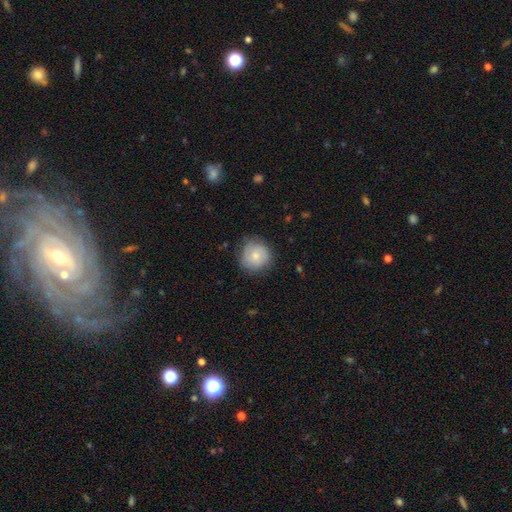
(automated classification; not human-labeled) Smooth or featured?
  - smooth: 72% *
  - featured or disk: 21%
  - star or artifact: 7%
How rounded?
  - round: 90% *
  - in between: 9%
  - cigar-shaped: 1%
Merging?
  - none: 74% *
  - minor disturbance: 20%
  - major disturbance: 5%
  - merger: 1%